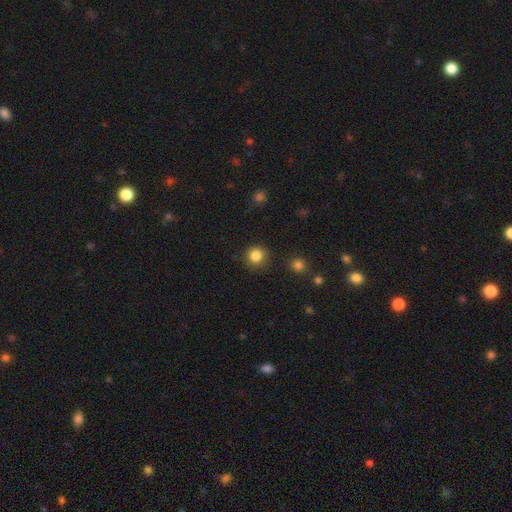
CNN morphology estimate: A smooth galaxy with no disk features (84%) that is round (92%).

Vote fractions:
- Smooth or featured? smooth: 84% / star or artifact: 12% / featured or disk: 4%
- How rounded? round: 92% / in between: 7% / cigar-shaped: 1%
- Merging? none: 87% / minor disturbance: 8% / major disturbance: 3% / merger: 2%